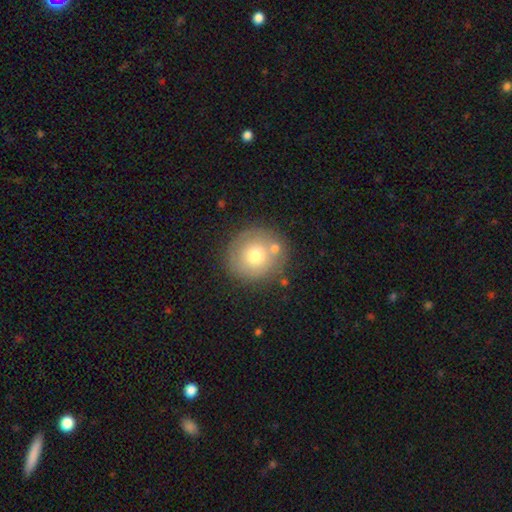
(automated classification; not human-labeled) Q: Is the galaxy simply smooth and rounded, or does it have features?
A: smooth — 67%.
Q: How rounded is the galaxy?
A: round — 91%.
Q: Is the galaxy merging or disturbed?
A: none — 72%.